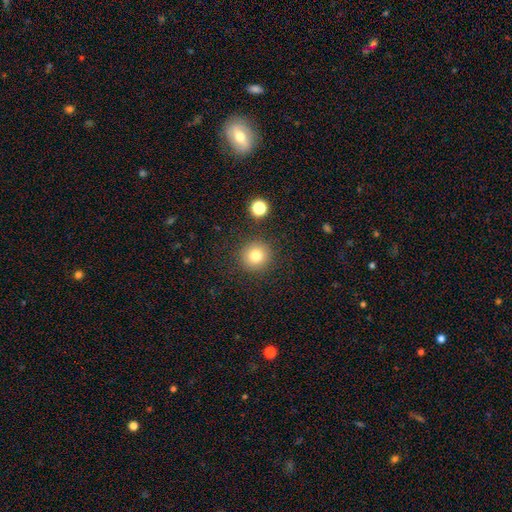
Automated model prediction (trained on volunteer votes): This is likely a smooth galaxy (79%). How rounded: clearly round (93%). Merging: clearly none (87%).